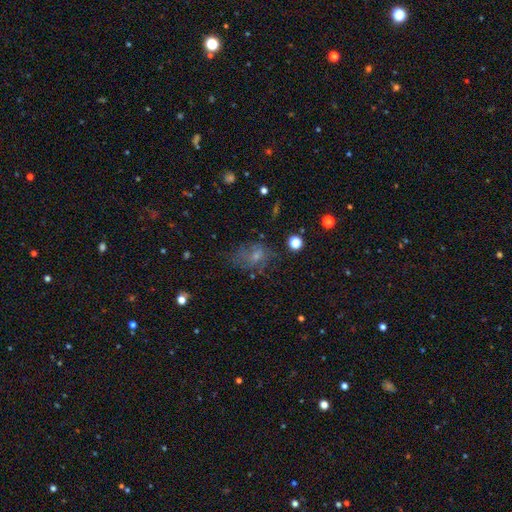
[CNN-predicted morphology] smooth 47%, featured or disk 36%, star or artifact 17%. Down the decision tree: merging — none (45%).